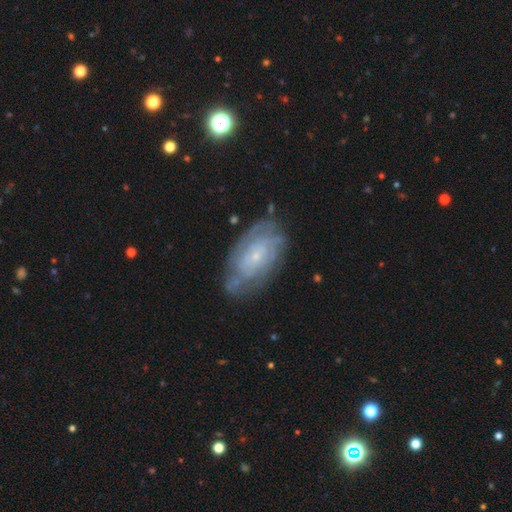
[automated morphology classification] Smooth or featured? Predicted: featured or disk (p=0.72). Edge-on disk? Predicted: no (p=0.94). Bar? Predicted: no (p=0.75). Spiral arms? Predicted: yes (p=0.83). Spiral winding? Predicted: tight (p=0.68). Spiral arm count? Predicted: can't tell (p=0.56). Bulge size? Predicted: small (p=0.82). Merging? Predicted: none (p=0.70).